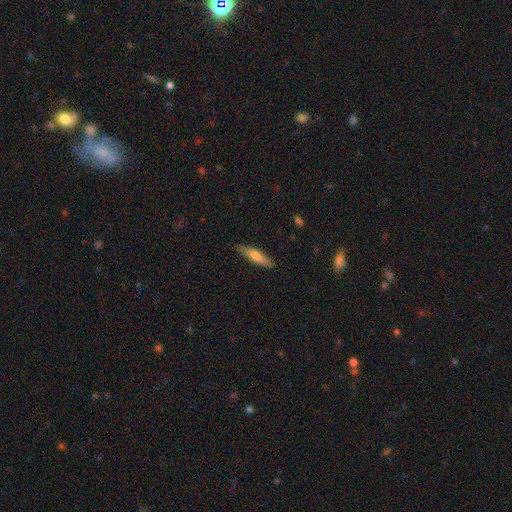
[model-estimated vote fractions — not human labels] Smooth or featured?
  - smooth: 65% *
  - featured or disk: 29%
  - star or artifact: 6%
How rounded?
  - cigar-shaped: 78% *
  - in between: 20%
  - round: 2%
Merging?
  - none: 85% *
  - minor disturbance: 12%
  - major disturbance: 2%
  - merger: 1%